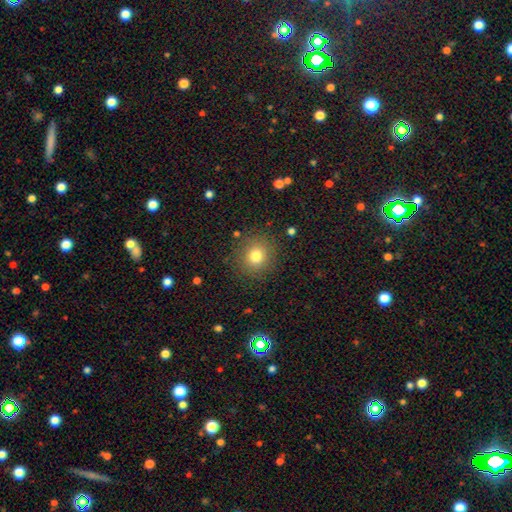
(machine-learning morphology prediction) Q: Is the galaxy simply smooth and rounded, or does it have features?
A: smooth — 79%.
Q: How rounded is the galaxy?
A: round — 88%.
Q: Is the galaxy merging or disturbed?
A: none — 87%.